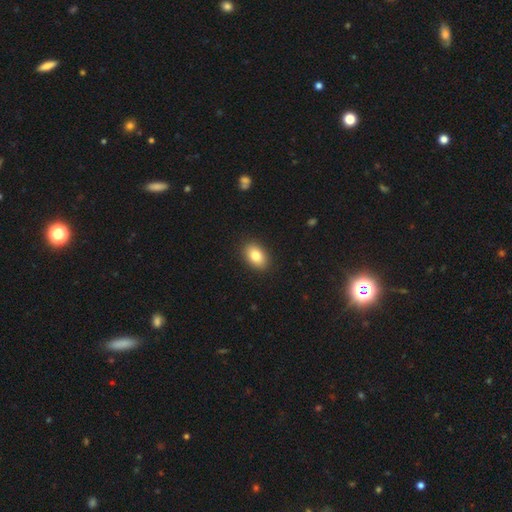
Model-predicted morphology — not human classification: Q: Smooth or featured?
A: smooth (83%); runner-up: featured or disk (9%)
Q: How rounded?
A: in between (86%); runner-up: round (13%)
Q: Merging?
A: none (90%); runner-up: minor disturbance (7%)